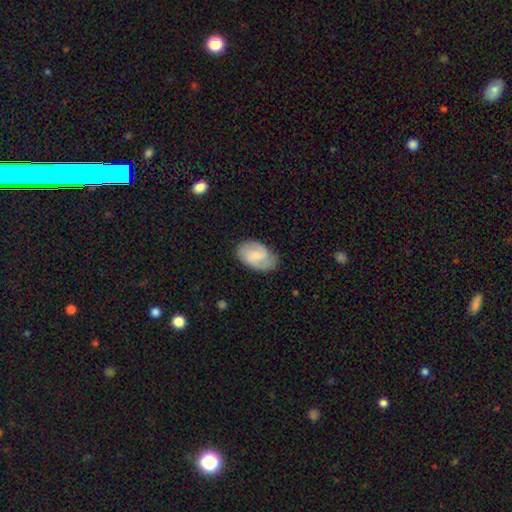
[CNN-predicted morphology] Smooth or featured: featured or disk — 57% (smooth — 37%)
Edge-on disk: no — 97% (yes — 3%)
Bar: weak — 51% (no — 39%)
Spiral arms: yes — 90% (no — 10%)
Bulge size: small — 58% (moderate — 26%)
Merging: none — 72% (minor disturbance — 21%)